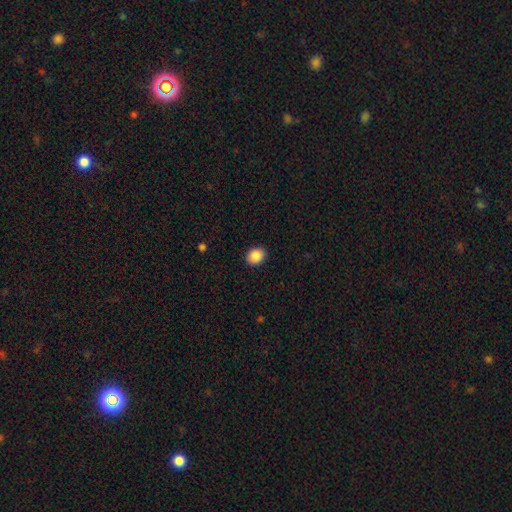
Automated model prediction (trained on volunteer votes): A smooth galaxy with no disk features (88%) that is round (56%).

Vote fractions:
- Smooth or featured? smooth: 88% / star or artifact: 8% / featured or disk: 3%
- How rounded? round: 56% / in between: 43% / cigar-shaped: 1%
- Merging? none: 91% / minor disturbance: 6% / major disturbance: 2% / merger: 1%